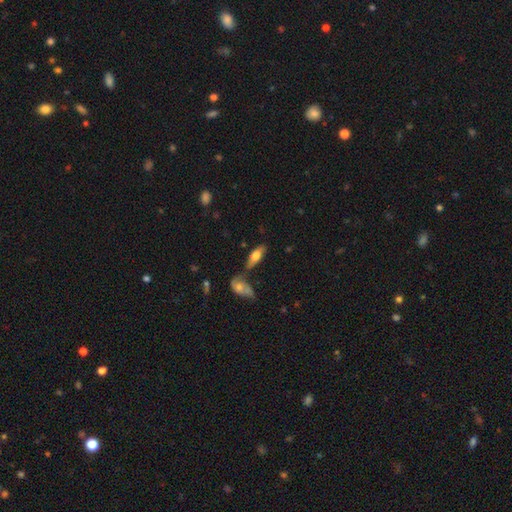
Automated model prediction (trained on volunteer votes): Smooth or featured? smooth (61%)
How rounded? in between (68%)
Merging? none (55%)